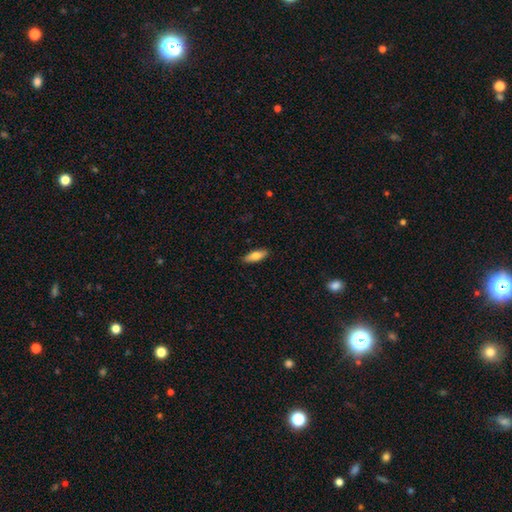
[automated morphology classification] smooth-or-featured: smooth: 75% | featured or disk: 19% | star or artifact: 6%
  how-rounded: in between: 65% | cigar-shaped: 32% | round: 2%
  merging: none: 88% | minor disturbance: 9% | major disturbance: 2% | merger: 1%